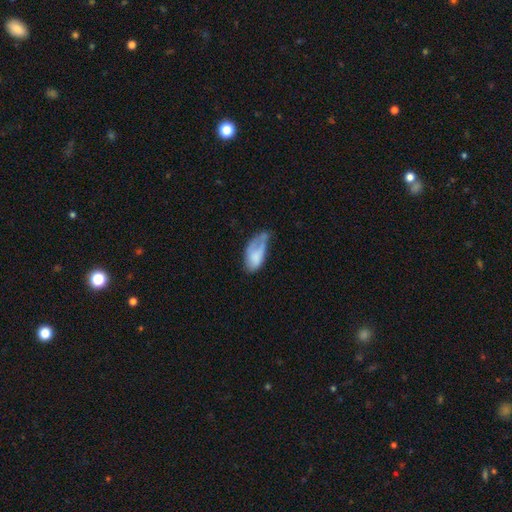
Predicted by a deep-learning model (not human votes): Smooth or featured: smooth — 67% (featured or disk — 26%)
How rounded: in between — 92% (cigar-shaped — 5%)
Merging: minor disturbance — 38% (major disturbance — 34%)